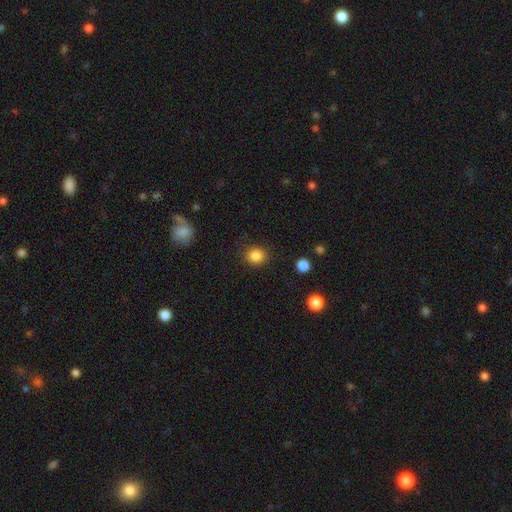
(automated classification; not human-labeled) Morphology: type=smooth (86%); roundness=round (74%); merging=none (87%).